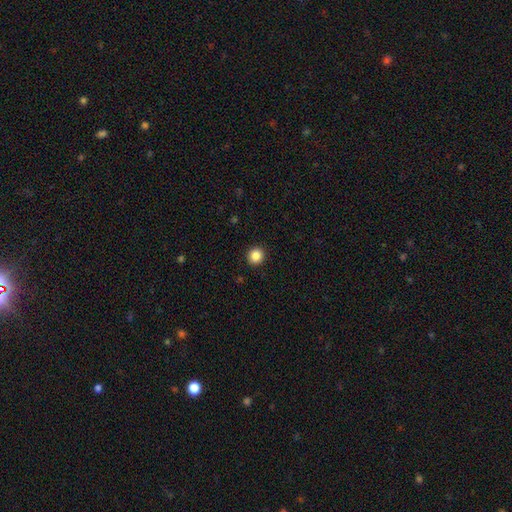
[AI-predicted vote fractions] smooth 86%, star or artifact 11%, featured or disk 3%. Down the decision tree: how rounded — round (90%); merging — none (92%).